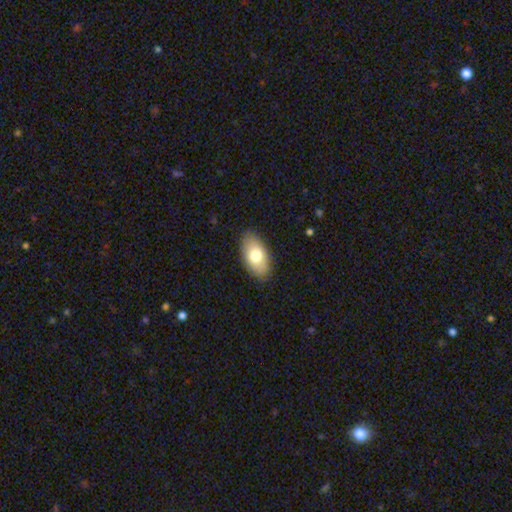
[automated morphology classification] A smooth galaxy with no disk features (75%) that is in between round and cigar-shaped (93%).

Vote fractions:
- Smooth or featured? smooth: 75% / featured or disk: 18% / star or artifact: 7%
- How rounded? in between: 93% / round: 4% / cigar-shaped: 3%
- Merging? none: 86% / minor disturbance: 11% / major disturbance: 2% / merger: 1%